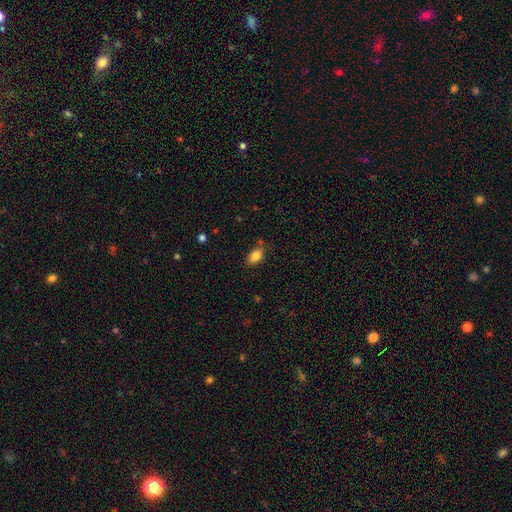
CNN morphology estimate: The model was most divided on "merging": none: 74%, minor disturbance: 17%, merger: 5%, major disturbance: 4%. More confident: how rounded — in between (86%); smooth or featured — smooth (84%).